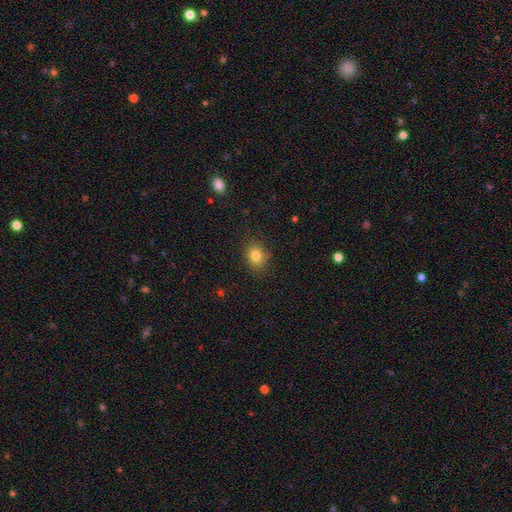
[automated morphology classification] This appears to be a smooth galaxy with no disk features (82%) that is round (56%). Merging: none (85%).